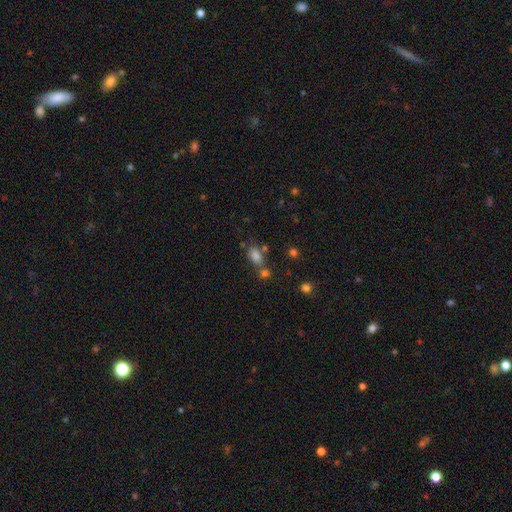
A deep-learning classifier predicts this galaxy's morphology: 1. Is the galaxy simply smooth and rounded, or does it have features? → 77% smooth, 15% star or artifact, 8% featured or disk.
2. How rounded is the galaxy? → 83% in between, 13% round, 3% cigar-shaped.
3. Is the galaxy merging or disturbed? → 55% none, 27% merger, 13% minor disturbance, 5% major disturbance.